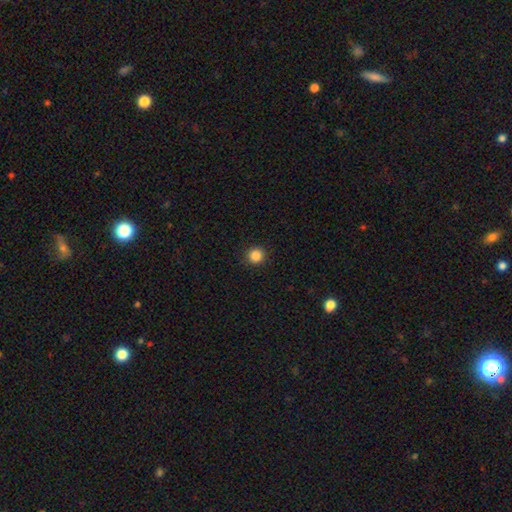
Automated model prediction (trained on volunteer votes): smooth_or_featured: smooth (p=0.86) [alt: star or artifact p=0.11]
how_rounded: round (p=0.94) [alt: in between p=0.05]
merging: none (p=0.92) [alt: minor disturbance p=0.06]